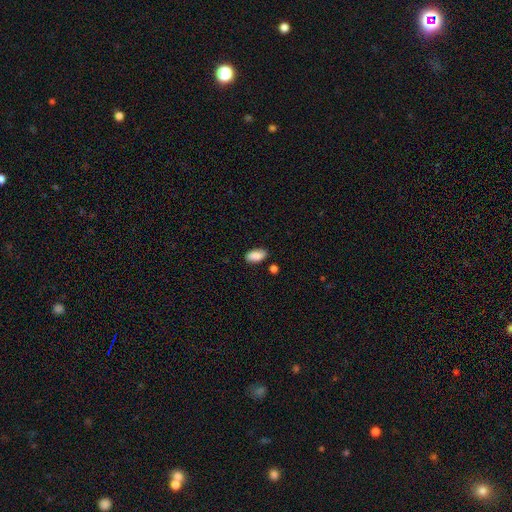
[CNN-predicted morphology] type=smooth (89%); roundness=in between (94%); merging=none (84%).